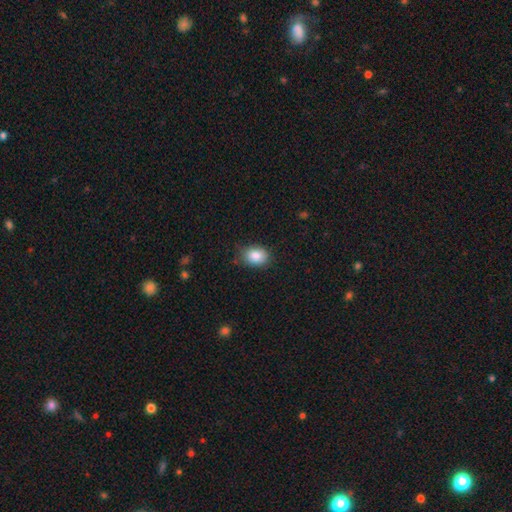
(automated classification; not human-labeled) Smooth or featured: smooth — 86% (star or artifact — 8%)
How rounded: in between — 67% (round — 32%)
Merging: none — 75% (minor disturbance — 20%)